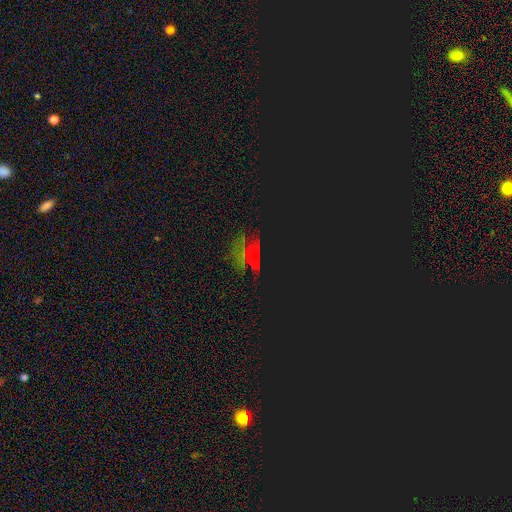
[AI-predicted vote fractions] This appears to be a star or artifact, not a galaxy (66%).